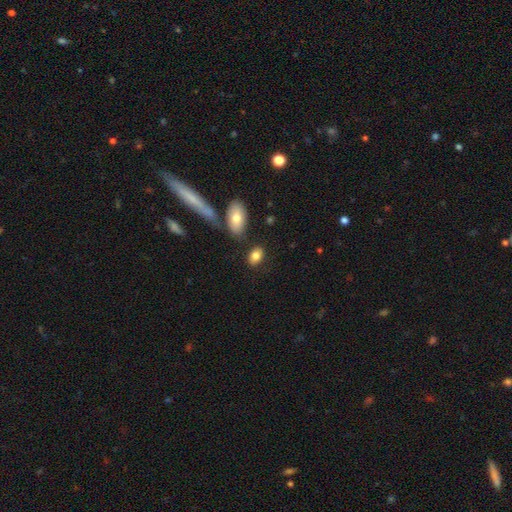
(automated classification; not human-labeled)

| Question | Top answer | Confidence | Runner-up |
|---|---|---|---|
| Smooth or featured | smooth | 82% | featured or disk (11%) |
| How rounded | in between | 84% | round (14%) |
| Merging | none | 79% | minor disturbance (12%) |